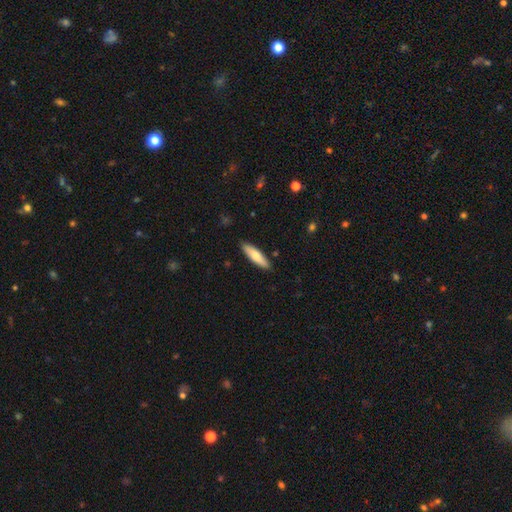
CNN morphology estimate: type=smooth (72%); roundness=cigar-shaped (66%); merging=none (88%).